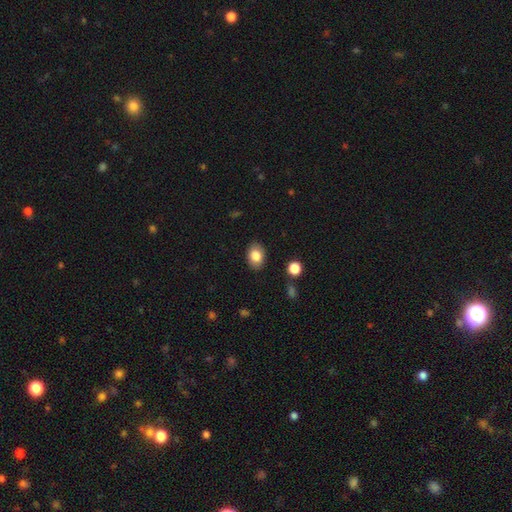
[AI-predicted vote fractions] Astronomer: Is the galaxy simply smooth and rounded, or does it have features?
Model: smooth — 83%.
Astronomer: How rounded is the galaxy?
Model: in between — 77%.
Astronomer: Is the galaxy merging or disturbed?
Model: none — 87%.